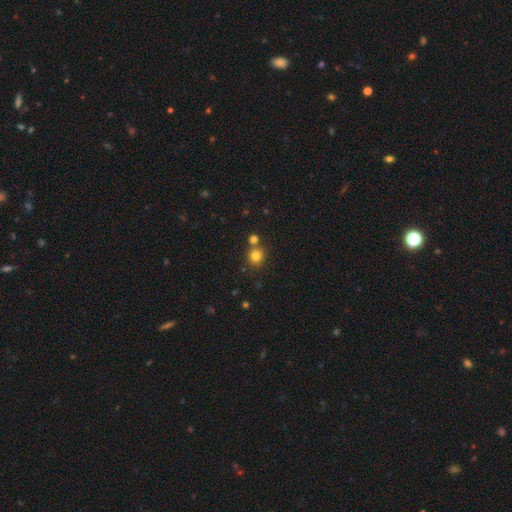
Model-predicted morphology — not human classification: Q: Smooth or featured?
A: smooth (81%); runner-up: star or artifact (13%)
Q: How rounded?
A: round (90%); runner-up: in between (9%)
Q: Merging?
A: none (70%); runner-up: merger (21%)